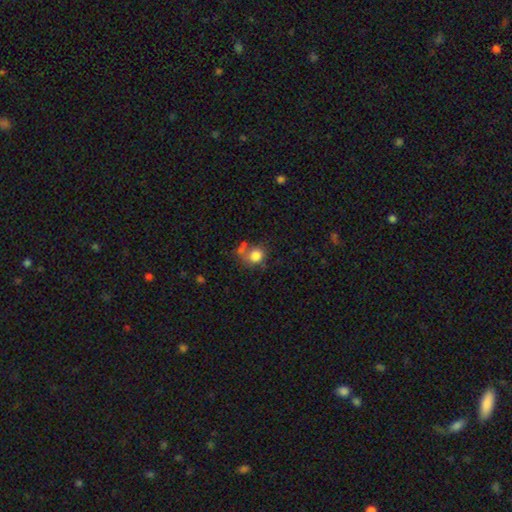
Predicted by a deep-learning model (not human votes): smooth_or_featured: smooth (p=0.81) [alt: star or artifact p=0.10]
how_rounded: round (p=0.74) [alt: in between p=0.25]
merging: none (p=0.49) [alt: merger p=0.23]